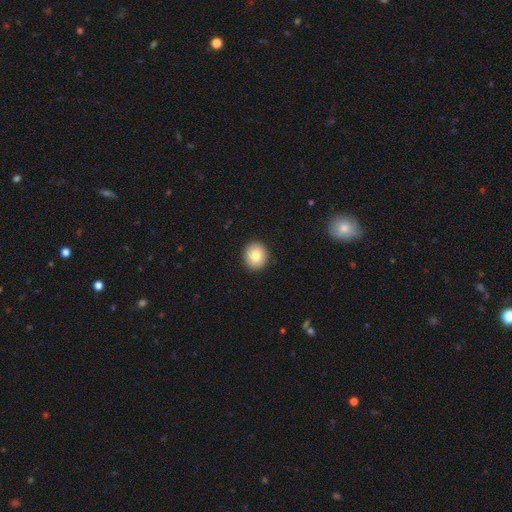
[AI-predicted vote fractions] Overall: smooth (82%). How rounded: round (84%). Merging: none (92%).